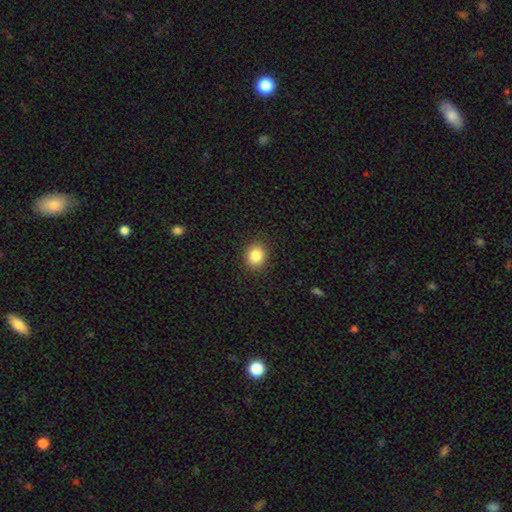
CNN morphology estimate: Overall: smooth (84%). How rounded: round (69%; in between 30%). Merging: none (90%).